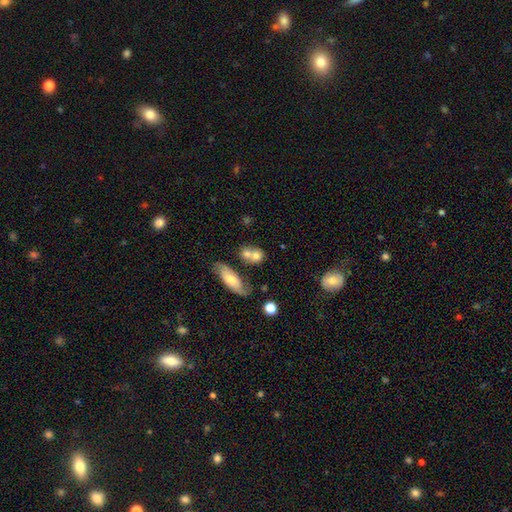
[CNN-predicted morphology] Smooth or featured: smooth — 71% (featured or disk — 19%)
How rounded: round — 58% (in between — 37%)
Merging: merger — 47% (none — 36%)